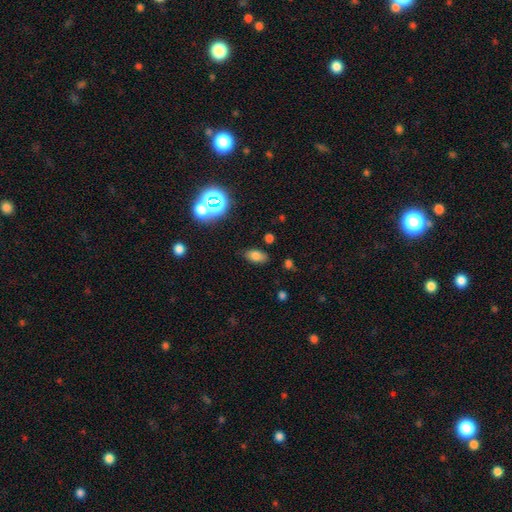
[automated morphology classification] Overall: smooth (73%). How rounded: in between (89%). Merging: none (82%).